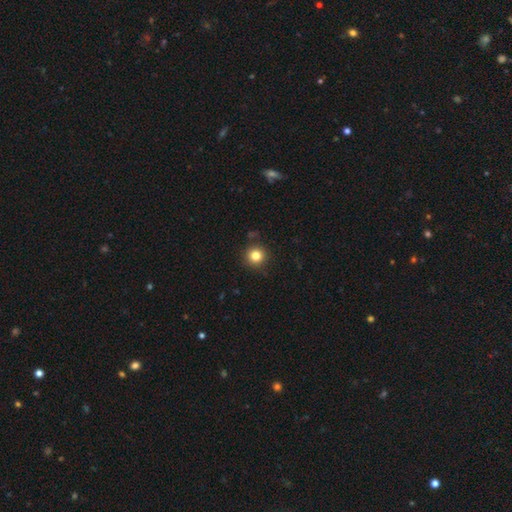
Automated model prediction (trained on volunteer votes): Smooth or featured? Predicted: smooth (p=0.82). How rounded? Predicted: round (p=0.95). Merging? Predicted: none (p=0.90).